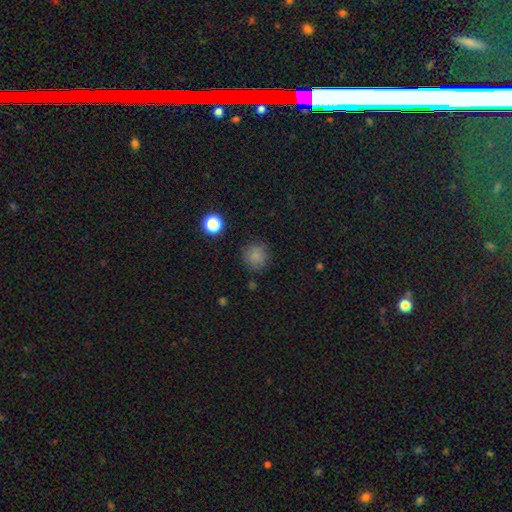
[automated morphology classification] A smooth galaxy with no disk features (78%) that is round (91%). Merging: none (83%).